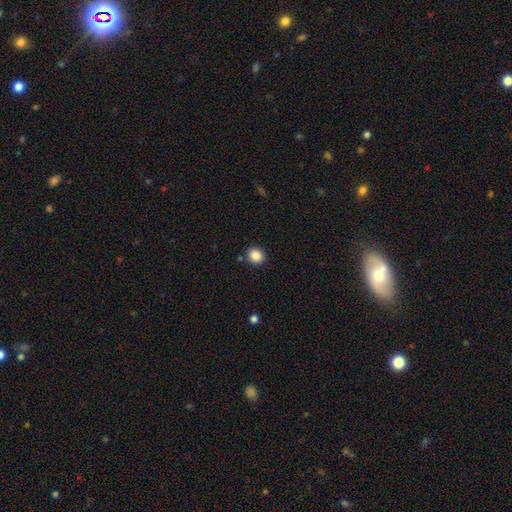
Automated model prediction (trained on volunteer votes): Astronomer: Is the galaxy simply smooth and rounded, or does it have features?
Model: smooth — 87%.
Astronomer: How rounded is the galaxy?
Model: round — 78%.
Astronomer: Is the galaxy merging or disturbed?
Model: none — 87%.